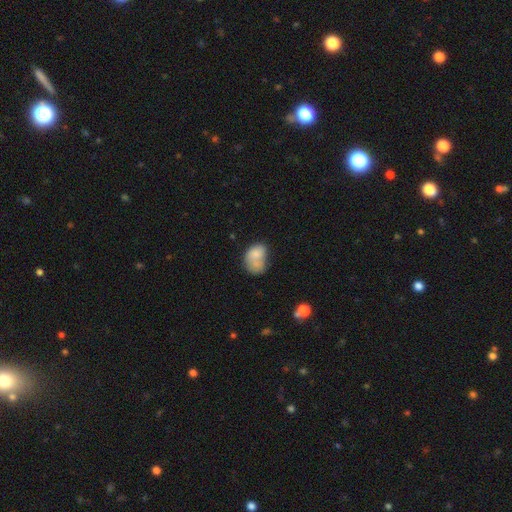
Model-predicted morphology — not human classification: This appears to be a smooth galaxy with no disk features (74%) that is in between round and cigar-shaped (75%). Merging: merger (34%).